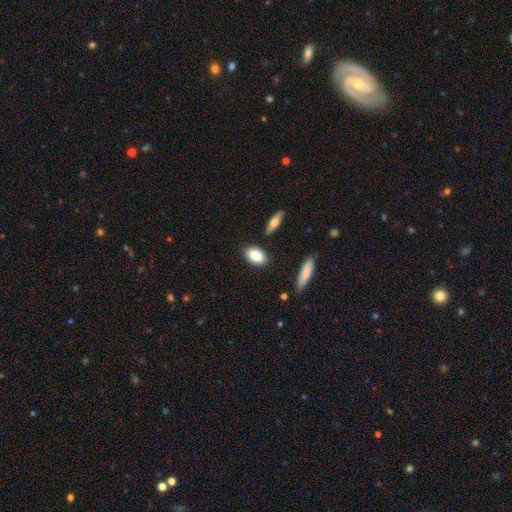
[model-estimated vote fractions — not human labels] Smooth or featured: smooth — 85% (featured or disk — 8%)
How rounded: in between — 87% (round — 9%)
Merging: none — 83% (minor disturbance — 11%)